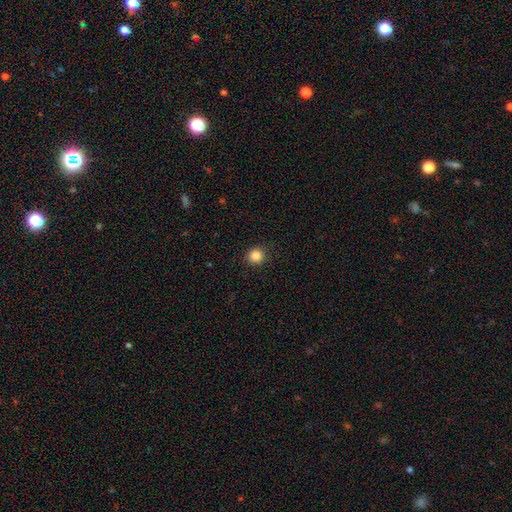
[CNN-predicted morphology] Smooth or featured: smooth — 85% (star or artifact — 11%)
How rounded: round — 92% (in between — 7%)
Merging: none — 91% (minor disturbance — 6%)